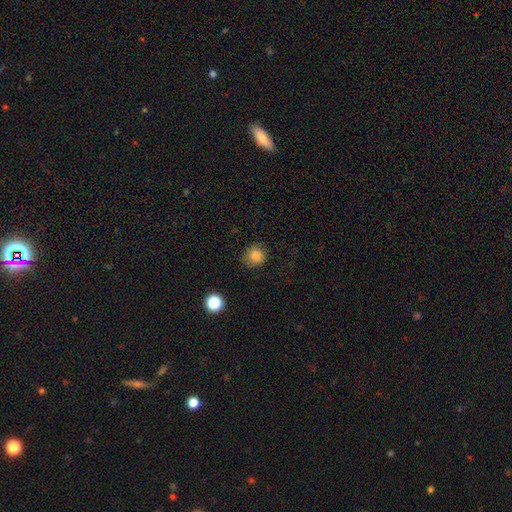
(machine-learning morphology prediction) A smooth galaxy with no disk features (84%) that is round (88%). Merging: none (82%).